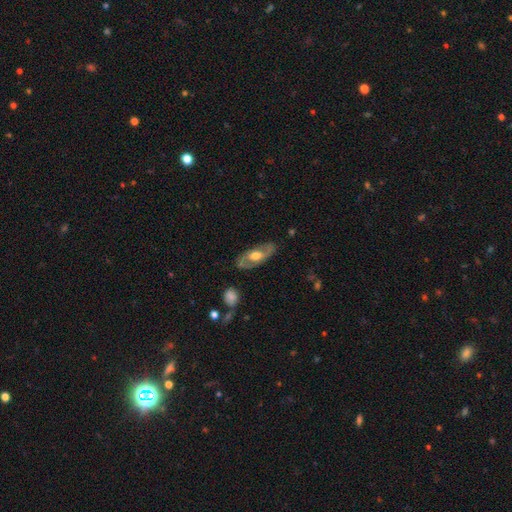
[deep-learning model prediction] Smooth or featured? Predicted: featured or disk (p=0.62). Edge-on disk? Predicted: no (p=0.84). Bar? Predicted: no (p=0.52). Spiral arms? Predicted: yes (p=0.62). Bulge size? Predicted: moderate (p=0.69). Merging? Predicted: none (p=0.80).